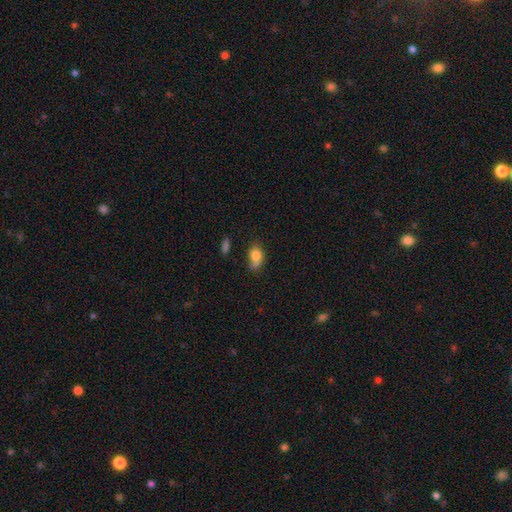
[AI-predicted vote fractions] Smooth or featured: smooth — 77% (featured or disk — 13%)
How rounded: in between — 65% (round — 32%)
Merging: none — 42% (minor disturbance — 28%)